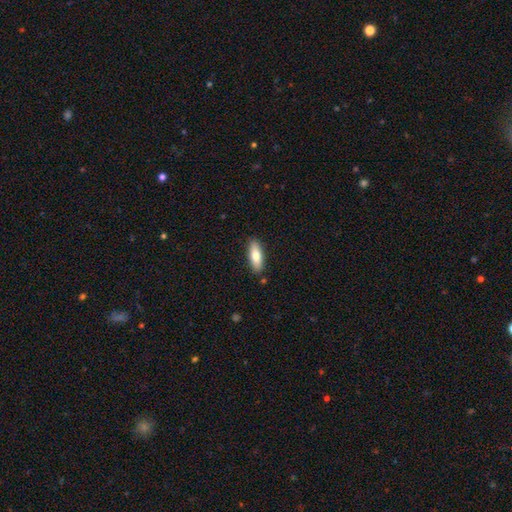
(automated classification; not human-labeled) A smooth galaxy with no disk features (75%) that is in between round and cigar-shaped (63%). Merging: none (87%).